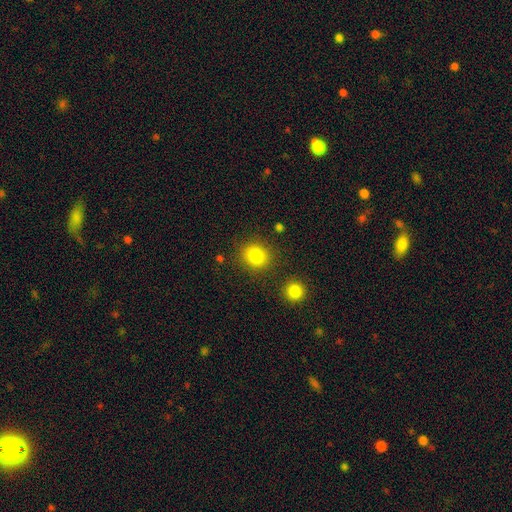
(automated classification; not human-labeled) Q: Smooth or featured?
A: smooth (84%); runner-up: star or artifact (11%)
Q: How rounded?
A: round (82%); runner-up: in between (17%)
Q: Merging?
A: none (85%); runner-up: minor disturbance (8%)